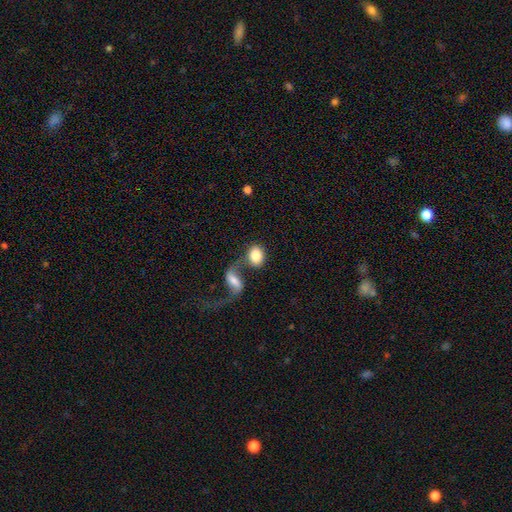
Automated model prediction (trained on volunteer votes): Smooth or featured?
  - smooth: 79% *
  - featured or disk: 15%
  - star or artifact: 6%
How rounded?
  - in between: 60% *
  - round: 38%
  - cigar-shaped: 2%
Merging?
  - merger: 41% *
  - none: 40%
  - minor disturbance: 11%
  - major disturbance: 8%